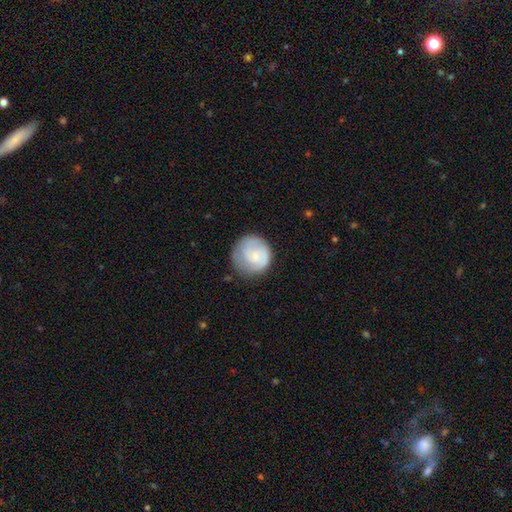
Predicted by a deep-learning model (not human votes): Smooth or featured?
  - smooth: 55% *
  - featured or disk: 39%
  - star or artifact: 6%
How rounded?
  - round: 90% *
  - in between: 9%
  - cigar-shaped: 1%
Merging?
  - none: 68% *
  - minor disturbance: 21%
  - major disturbance: 9%
  - merger: 2%